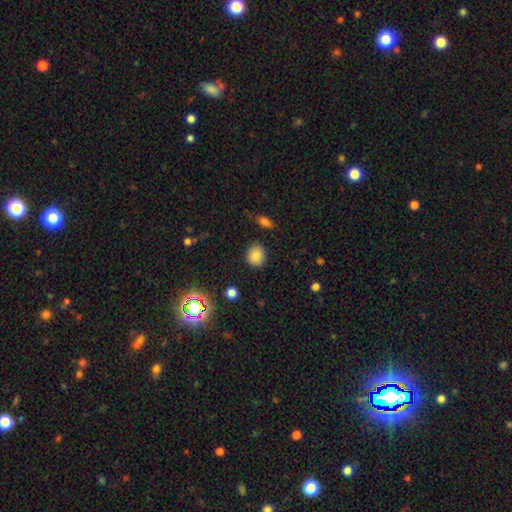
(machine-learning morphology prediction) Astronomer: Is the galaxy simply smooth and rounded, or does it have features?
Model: smooth — 83%.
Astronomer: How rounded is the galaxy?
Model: round — 76%.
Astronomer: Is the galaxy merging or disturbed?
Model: none — 86%.